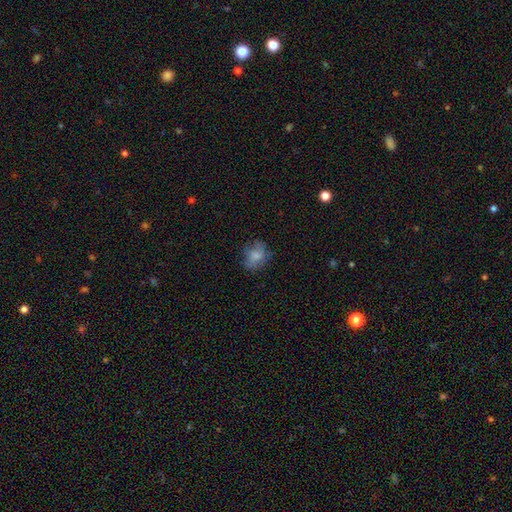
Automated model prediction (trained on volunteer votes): Smooth or featured?
  - smooth: 72% *
  - featured or disk: 18%
  - star or artifact: 10%
How rounded?
  - round: 50% *
  - in between: 49%
  - cigar-shaped: 1%
Merging?
  - none: 65% *
  - minor disturbance: 23%
  - major disturbance: 11%
  - merger: 1%